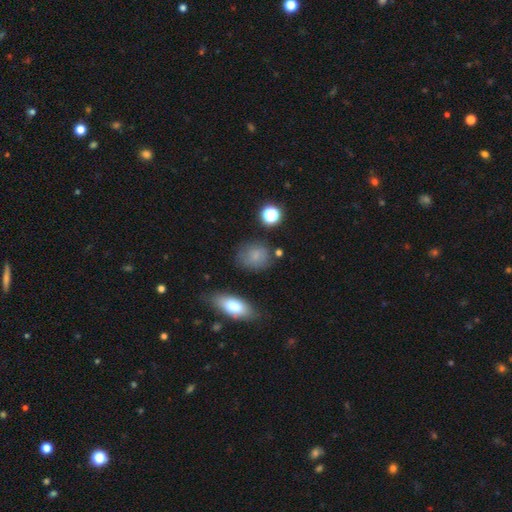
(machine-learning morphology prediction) Smooth or featured?
  - smooth: 75% *
  - star or artifact: 14%
  - featured or disk: 11%
How rounded?
  - round: 55% *
  - in between: 43%
  - cigar-shaped: 2%
Merging?
  - none: 70% *
  - minor disturbance: 20%
  - major disturbance: 6%
  - merger: 4%